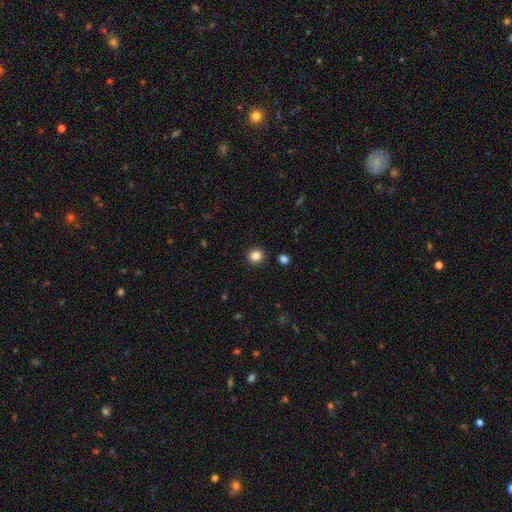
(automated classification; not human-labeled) A smooth galaxy with no disk features (84%) that is round (93%). Merging: none (92%).